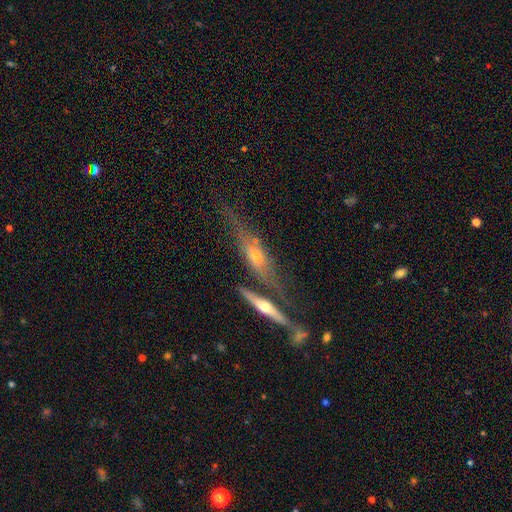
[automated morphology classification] Smooth or featured? featured or disk (70%)
Edge-on disk? yes (87%)
Edge-on bulge? rounded (89%)
Merging? none (52%)